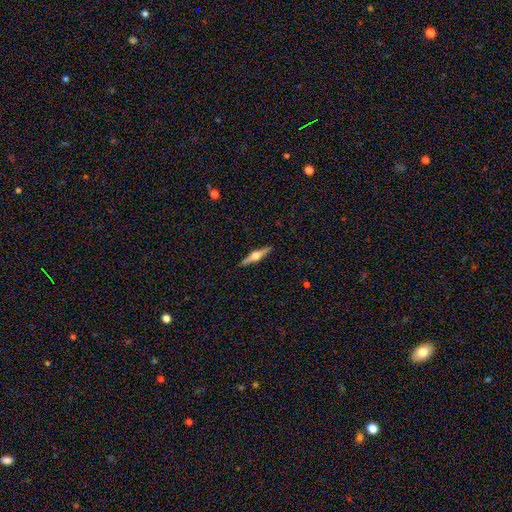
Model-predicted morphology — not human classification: featured or disk 71%, smooth 24%, star or artifact 5%. Down the decision tree: edge-on disk — yes (98%); edge-on bulge — rounded (94%); merging — none (91%).